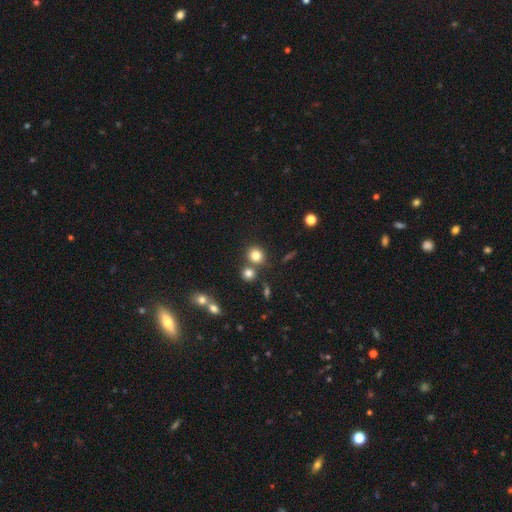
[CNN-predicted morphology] Overall: smooth (80%). How rounded: round (81%). Merging: none (68%).